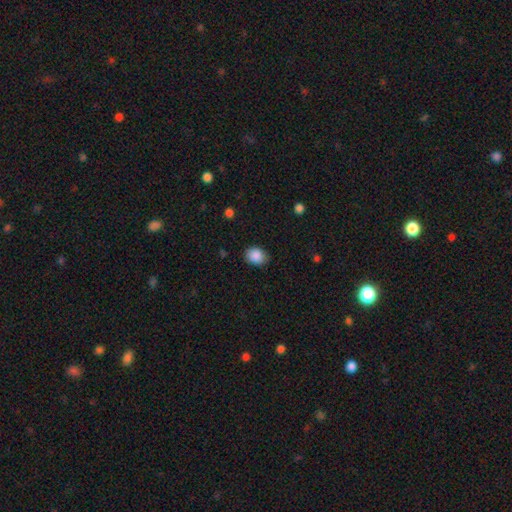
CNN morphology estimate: type=smooth (88%); roundness=in between (58%); merging=none (81%).